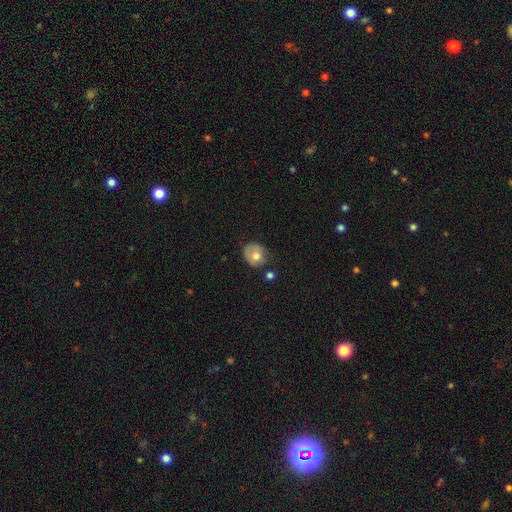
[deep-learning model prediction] A smooth galaxy with no disk features (68%) that is round (62%).

Vote fractions:
- Smooth or featured? smooth: 68% / featured or disk: 23% / star or artifact: 9%
- How rounded? round: 62% / in between: 37% / cigar-shaped: 1%
- Merging? none: 52% / minor disturbance: 31% / major disturbance: 10% / merger: 7%